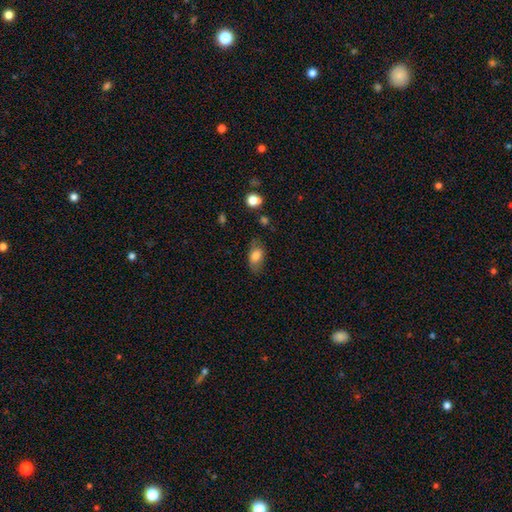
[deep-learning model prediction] Smooth or featured: smooth — 77% (featured or disk — 15%)
How rounded: in between — 87% (round — 10%)
Merging: none — 70% (minor disturbance — 22%)